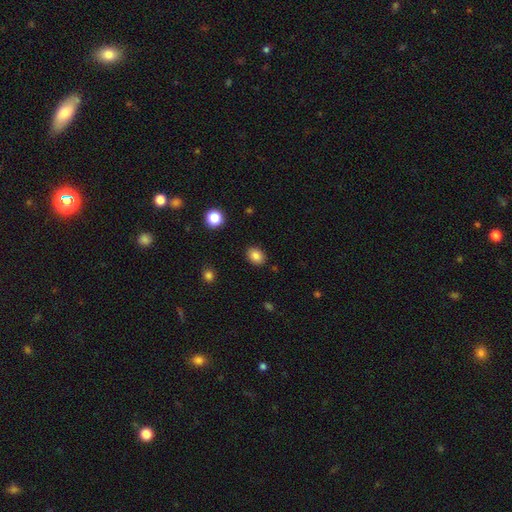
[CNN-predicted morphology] smooth 85%, star or artifact 10%, featured or disk 6%. Down the decision tree: how rounded — in between (61%); merging — none (88%).